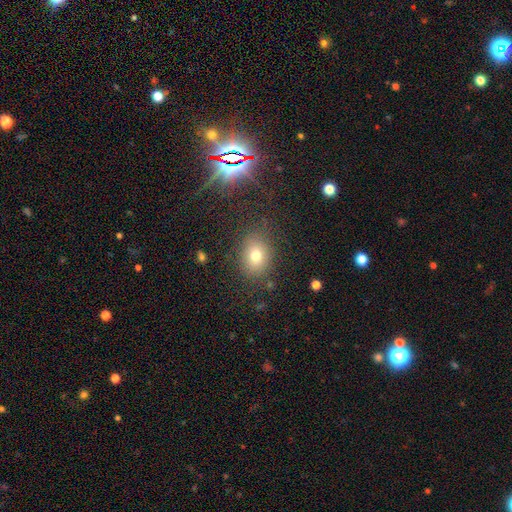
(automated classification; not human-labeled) Smooth or featured? smooth (73%)
How rounded? round (50%)
Merging? none (81%)